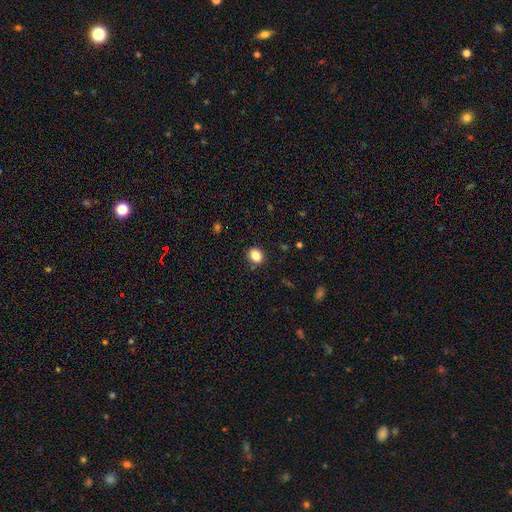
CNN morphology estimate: smooth 87%, star or artifact 9%, featured or disk 4%. Down the decision tree: how rounded — in between (56%); merging — none (86%).